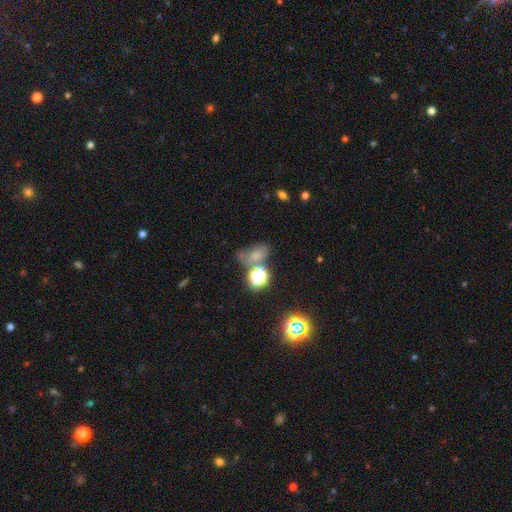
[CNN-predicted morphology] smooth-or-featured: smooth: 58% | star or artifact: 29% | featured or disk: 13%
  how-rounded: in between: 70% | round: 27% | cigar-shaped: 3%
  merging: none: 45% | merger: 22% | minor disturbance: 20% | major disturbance: 14%